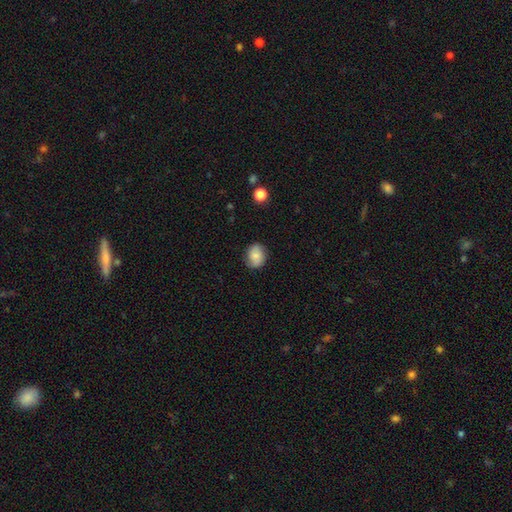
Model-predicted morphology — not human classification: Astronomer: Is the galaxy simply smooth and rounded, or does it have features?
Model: smooth — 71%.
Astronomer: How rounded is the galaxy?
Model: round — 54% (runner-up: in between, 45%).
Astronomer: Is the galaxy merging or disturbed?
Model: none — 80%.